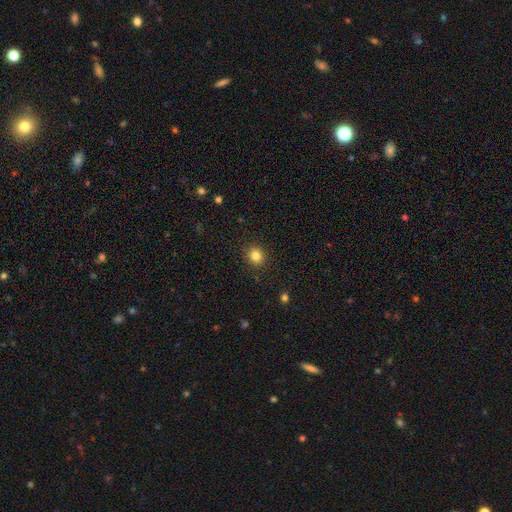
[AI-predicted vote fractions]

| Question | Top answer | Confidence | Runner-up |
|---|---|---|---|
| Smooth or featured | smooth | 83% | star or artifact (12%) |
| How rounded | round | 82% | in between (18%) |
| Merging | none | 91% | minor disturbance (6%) |